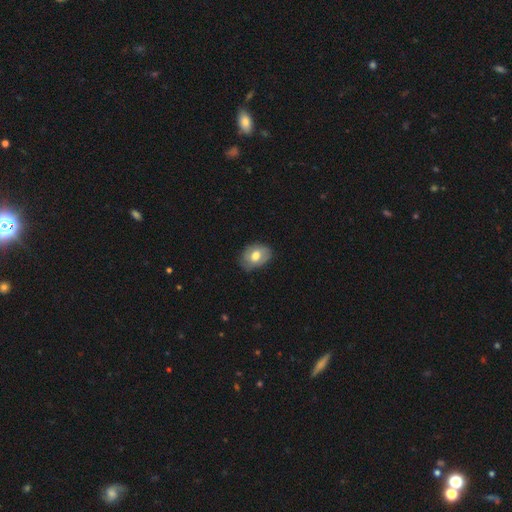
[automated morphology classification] smooth_or_featured: smooth (p=0.66) [alt: featured or disk p=0.27]
how_rounded: in between (p=0.70) [alt: round p=0.29]
merging: none (p=0.71) [alt: minor disturbance p=0.23]